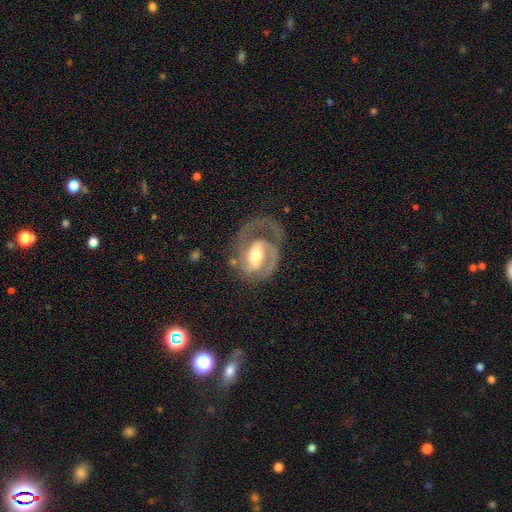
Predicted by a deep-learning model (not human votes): A featured or disk galaxy (85%) with a weak bar (44%), 2 (54%) medium (45%) spiral arms (93%) and a moderate central bulge (63%).

Vote fractions:
- Smooth or featured? featured or disk: 85% / smooth: 10% / star or artifact: 4%
- Edge-on disk? no: 97% / yes: 3%
- Bar? weak: 44% / strong: 34% / no: 22%
- Spiral arms? yes: 93% / no: 7%
- Spiral winding? medium: 45% / tight: 41% / loose: 14%
- Spiral arm count? 2: 54% / 1: 36% / can't tell: 6% / 3: 3% / 4: 1% / more than 4: 1%
- Bulge size? moderate: 63% / small: 23% / large: 12% / none: 1% / dominant: 1%
- Merging? none: 50% / major disturbance: 28% / minor disturbance: 19% / merger: 3%